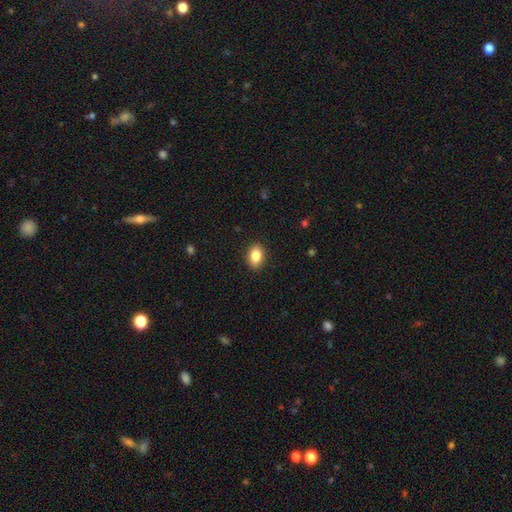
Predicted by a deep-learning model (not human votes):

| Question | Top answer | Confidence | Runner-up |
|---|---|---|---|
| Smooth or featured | smooth | 85% | star or artifact (8%) |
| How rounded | in between | 84% | round (15%) |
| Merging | none | 90% | minor disturbance (7%) |